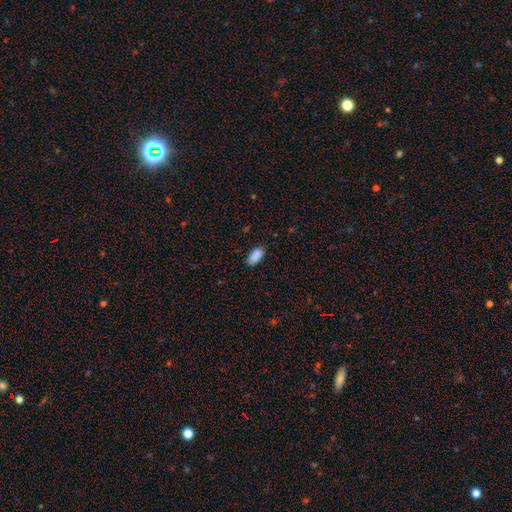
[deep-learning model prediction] smooth 89%, star or artifact 7%, featured or disk 3%. Down the decision tree: how rounded — in between (90%); merging — none (85%).